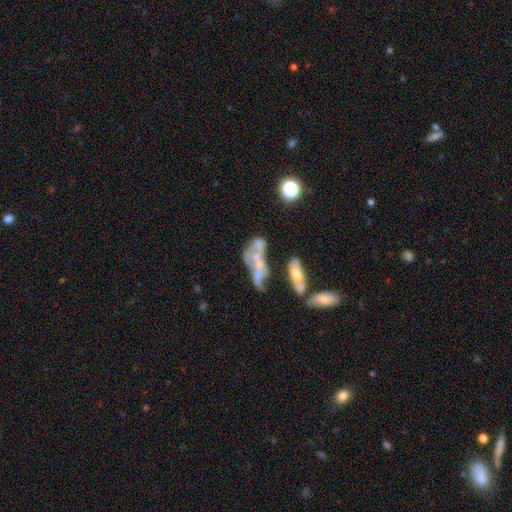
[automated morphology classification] The model was most divided on "bulge size": none: 44%, moderate: 25%, small: 25%, large: 4%, dominant: 2%. More confident: edge-on disk — no (93%); bar — no (85%); spiral arms — no (85%); smooth or featured — featured or disk (54%); merging — merger (53%).